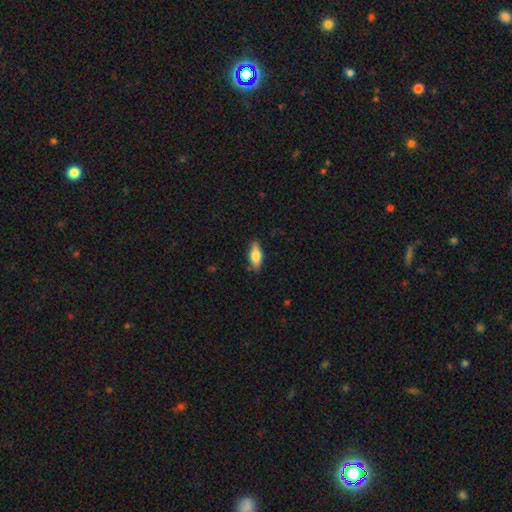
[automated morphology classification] smooth-or-featured: smooth: 63% | featured or disk: 30% | star or artifact: 7%
  how-rounded: in between: 71% | cigar-shaped: 26% | round: 3%
  merging: none: 83% | minor disturbance: 13% | major disturbance: 3% | merger: 1%